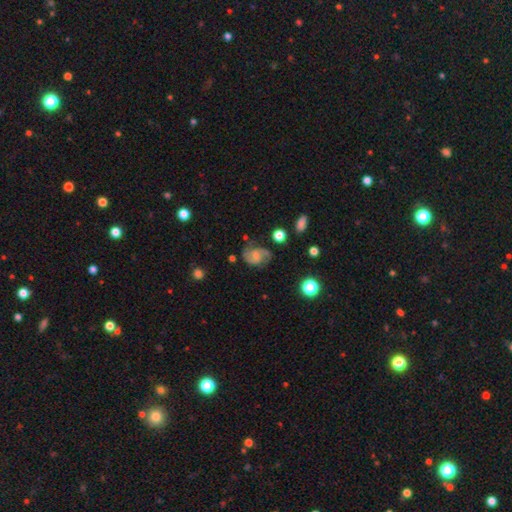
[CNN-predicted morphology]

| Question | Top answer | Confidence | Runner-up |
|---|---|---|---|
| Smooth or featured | featured or disk | 73% | smooth (19%) |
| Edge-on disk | no | 98% | yes (2%) |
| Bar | weak | 50% | no (37%) |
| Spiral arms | yes | 94% | no (6%) |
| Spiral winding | medium | 52% | loose (29%) |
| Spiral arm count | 2 | 88% | can't tell (6%) |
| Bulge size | small | 36% | none (33%) |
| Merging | none | 68% | minor disturbance (20%) |